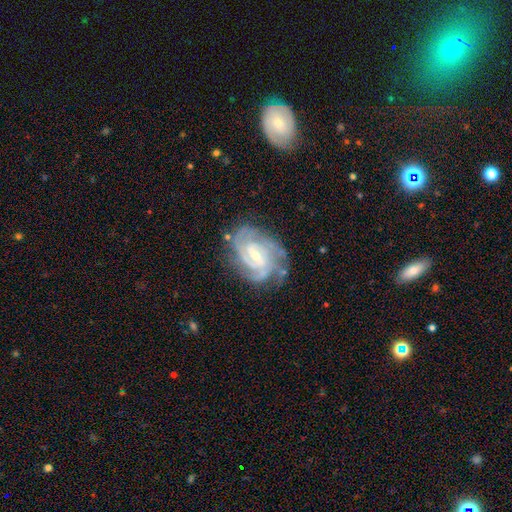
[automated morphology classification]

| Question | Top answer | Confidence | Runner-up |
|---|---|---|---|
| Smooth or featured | featured or disk | 90% | star or artifact (5%) |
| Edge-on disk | no | 98% | yes (2%) |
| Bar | weak | 53% | no (26%) |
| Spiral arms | yes | 98% | no (2%) |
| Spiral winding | tight | 63% | medium (32%) |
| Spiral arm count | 3 | 34% | 4 (20%) |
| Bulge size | small | 61% | moderate (35%) |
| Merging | none | 73% | minor disturbance (19%) |